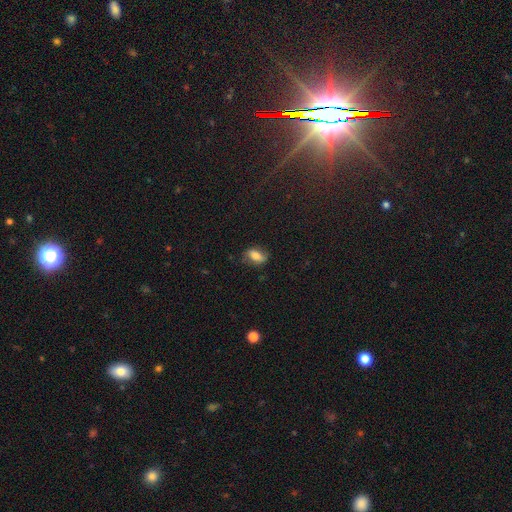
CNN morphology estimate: Overall: smooth (71%). How rounded: in between (85%). Merging: none (71%).